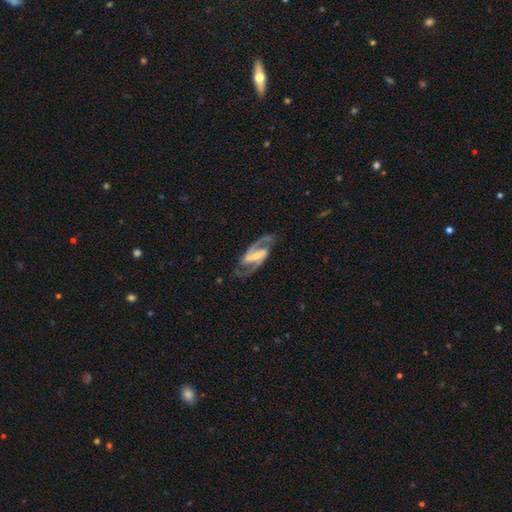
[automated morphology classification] This appears to be a featured or disk galaxy (92%) with a strong bar (54%), 2 (94%) medium (62%) spiral arms (98%) and a small central bulge (59%). Merging: none (82%).